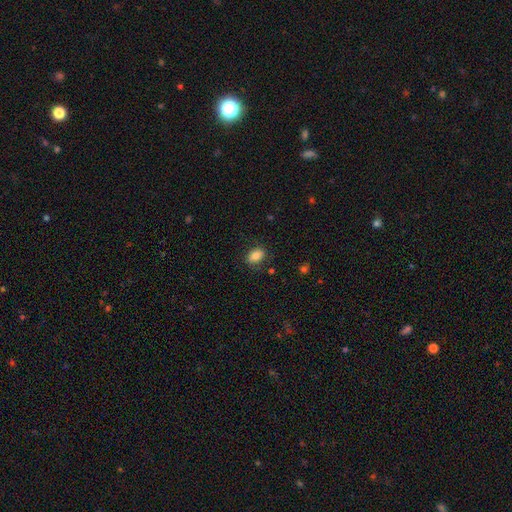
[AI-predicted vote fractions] The model was most divided on "how rounded": in between: 83%, round: 15%, cigar-shaped: 1%. More confident: smooth or featured — smooth (83%); merging — none (82%).